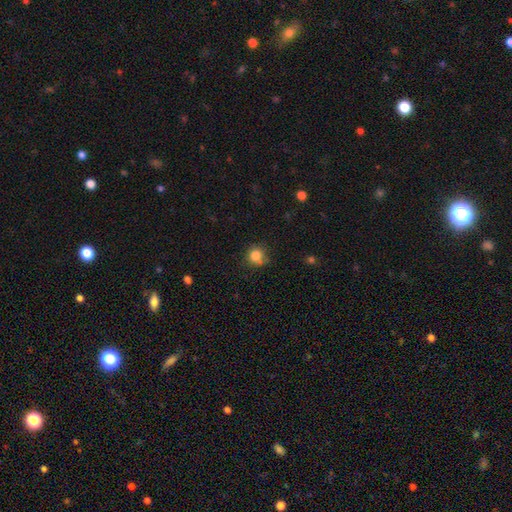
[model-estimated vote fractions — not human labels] Smooth or featured? Predicted: smooth (p=0.82). How rounded? Predicted: round (p=0.89). Merging? Predicted: none (p=0.69).